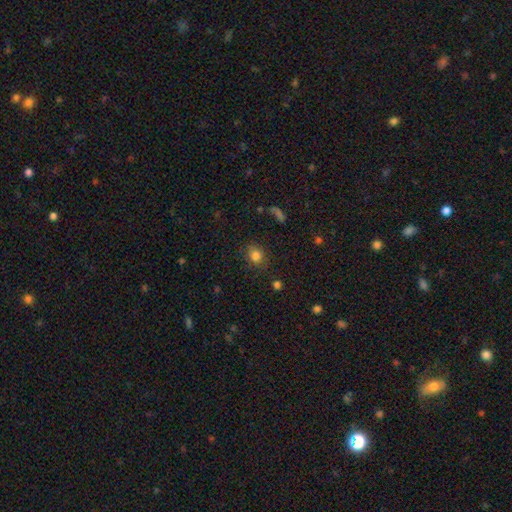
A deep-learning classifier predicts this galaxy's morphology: Smooth or featured? Predicted: smooth (p=0.81). How rounded? Predicted: round (p=0.70). Merging? Predicted: none (p=0.81).